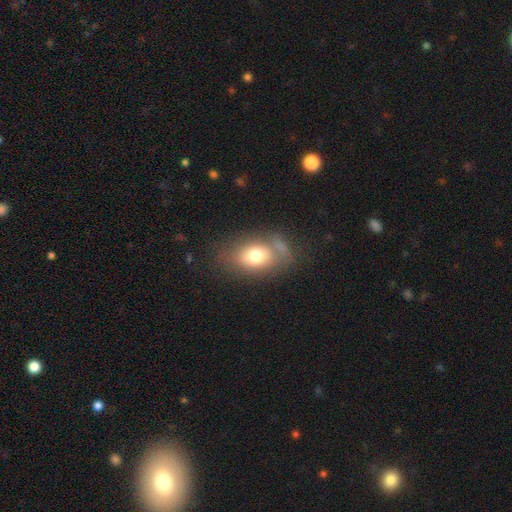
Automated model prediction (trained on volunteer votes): smooth-or-featured: smooth: 72% | featured or disk: 19% | star or artifact: 9%
  how-rounded: in between: 77% | round: 22% | cigar-shaped: 2%
  merging: none: 52% | minor disturbance: 20% | merger: 16% | major disturbance: 13%